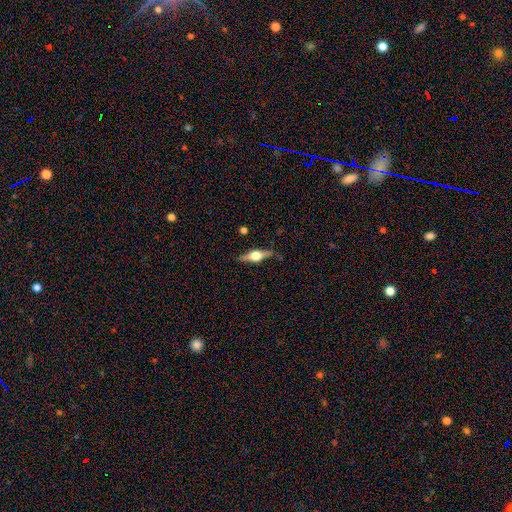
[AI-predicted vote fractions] smooth_or_featured: featured or disk (p=0.68) [alt: smooth p=0.25]
disk_edge_on: yes (p=0.96) [alt: no p=0.04]
edge_on_bulge: rounded (p=0.93) [alt: boxy p=0.06]
merging: none (p=0.82) [alt: minor disturbance p=0.13]